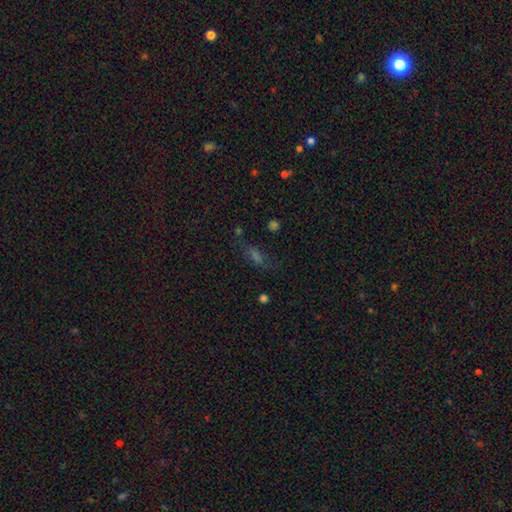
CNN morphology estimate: type=smooth (44%); merging=none (67%).